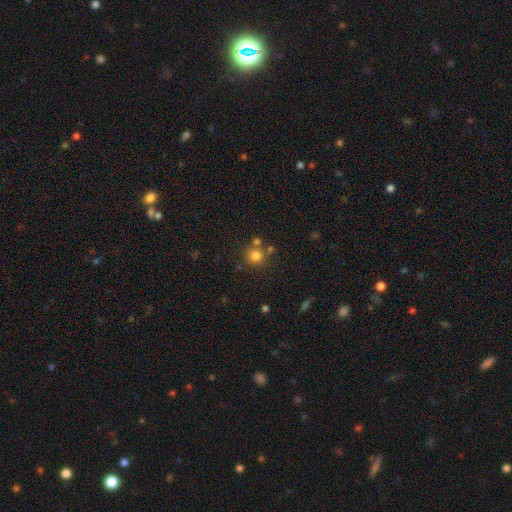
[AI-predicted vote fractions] Morphology: type=smooth (79%); roundness=round (91%); merging=none (70%).